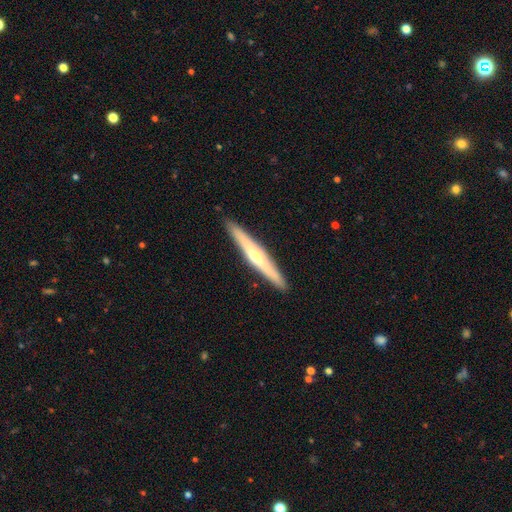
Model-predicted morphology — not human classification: type=featured or disk (66%); edge-on=yes (96%); edge-on bulge=rounded (84%); merging=none (92%).